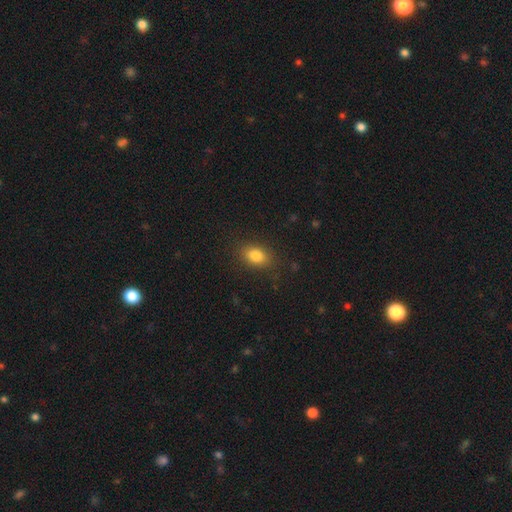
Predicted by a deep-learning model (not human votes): Overall: smooth (83%). How rounded: in between (81%). Merging: none (85%).